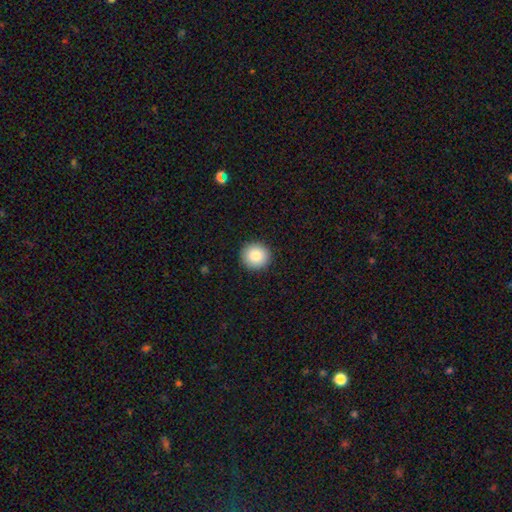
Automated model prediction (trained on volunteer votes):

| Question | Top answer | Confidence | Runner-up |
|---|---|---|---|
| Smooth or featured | smooth | 87% | star or artifact (8%) |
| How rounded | round | 93% | in between (6%) |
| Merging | none | 92% | minor disturbance (5%) |